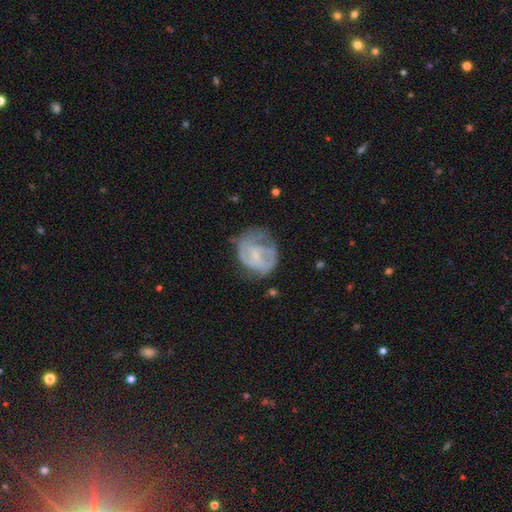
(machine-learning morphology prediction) type=featured or disk (70%); edge-on=no (98%); bar=no (46%); spiral arms=yes (78%); winding=medium (41%, tied with tight); arm count=2 (40%); bulge=small (65%); merging=none (46%).